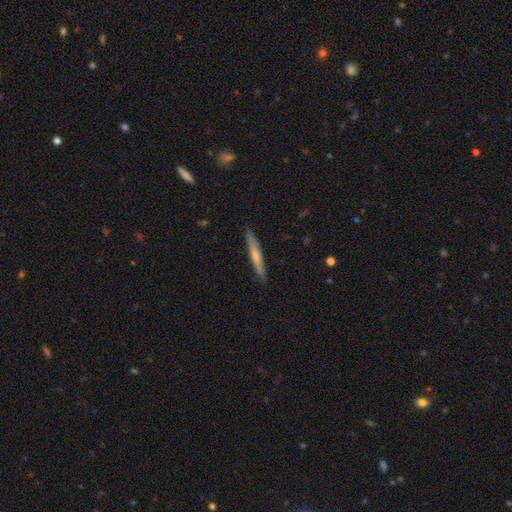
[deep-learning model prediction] This appears to be a smooth galaxy with no disk features (54%) that is cigar-shaped (95%). Merging: none (88%).